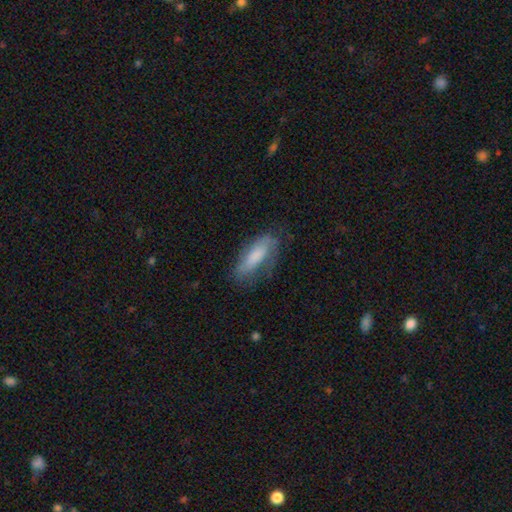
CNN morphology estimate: A smooth galaxy with no disk features (66%) that is in between round and cigar-shaped (60%).

Vote fractions:
- Smooth or featured? smooth: 66% / featured or disk: 27% / star or artifact: 7%
- How rounded? in between: 60% / cigar-shaped: 38% / round: 2%
- Merging? none: 58% / minor disturbance: 28% / major disturbance: 12% / merger: 2%